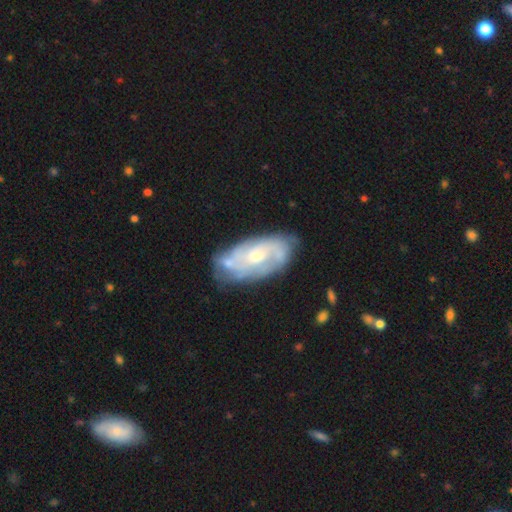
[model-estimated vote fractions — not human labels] Smooth or featured? featured or disk (74%)
Edge-on disk? no (94%)
Bar? no (67%)
Spiral arms? yes (81%)
Spiral winding? tight (48%)
Spiral arm count? can't tell (43%)
Bulge size? moderate (54%)
Merging? none (59%)